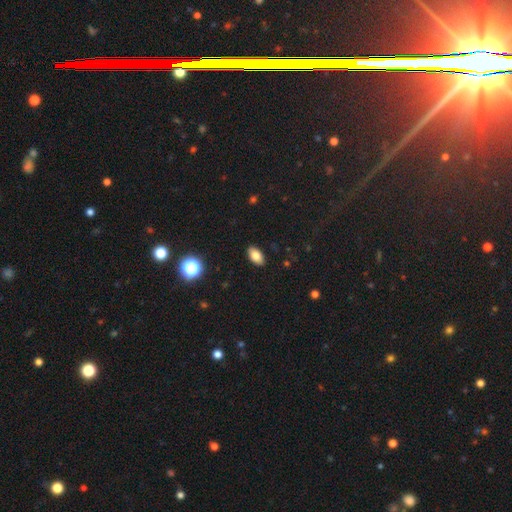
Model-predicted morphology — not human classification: Smooth or featured? smooth (81%)
How rounded? in between (92%)
Merging? none (89%)